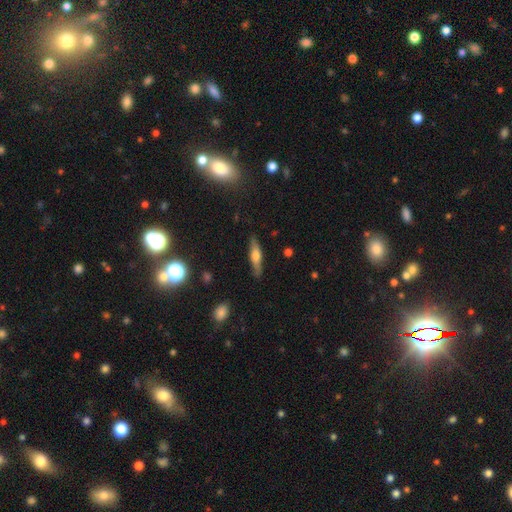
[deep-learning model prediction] smooth_or_featured: featured or disk (p=0.51) [alt: smooth p=0.42]
disk_edge_on: yes (p=0.92) [alt: no p=0.08]
merging: none (p=0.85) [alt: minor disturbance p=0.11]